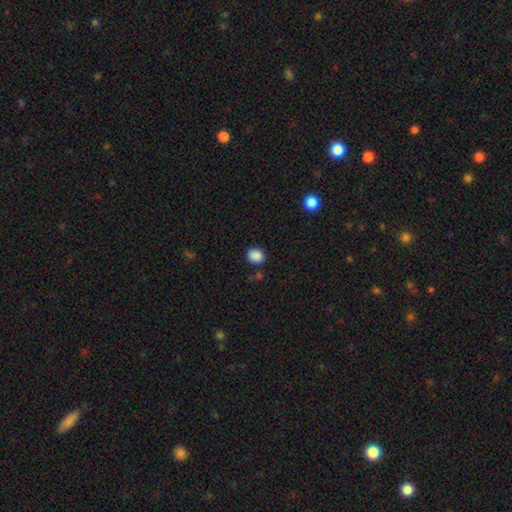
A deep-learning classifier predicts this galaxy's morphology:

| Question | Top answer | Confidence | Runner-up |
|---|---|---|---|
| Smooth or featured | smooth | 88% | star or artifact (9%) |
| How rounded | round | 69% | in between (30%) |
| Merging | none | 85% | minor disturbance (10%) |